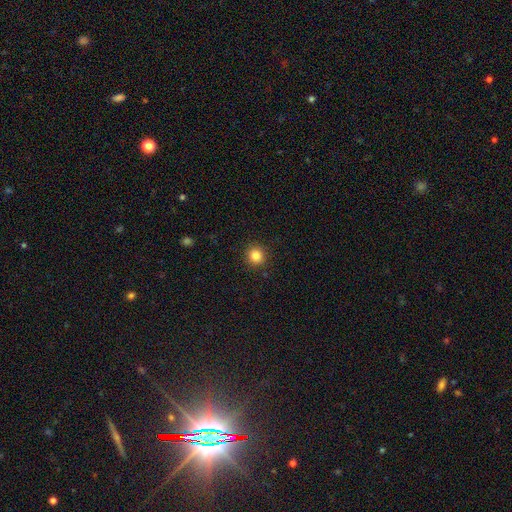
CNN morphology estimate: The model was most divided on "smooth or featured": smooth: 84%, star or artifact: 11%, featured or disk: 5%. More confident: merging — none (91%); how rounded — round (91%).